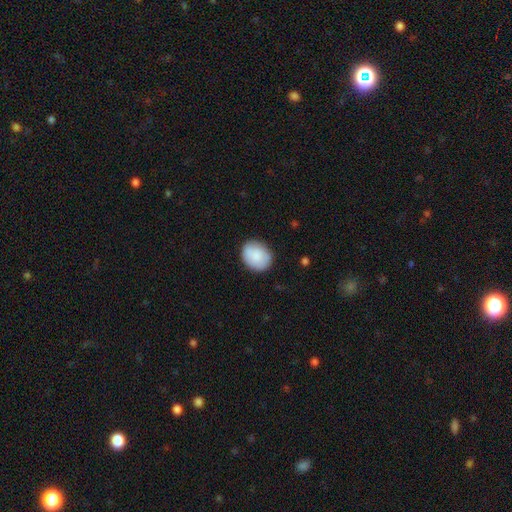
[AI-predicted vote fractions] Morphology: type=smooth (86%); roundness=round (61%); merging=none (84%).